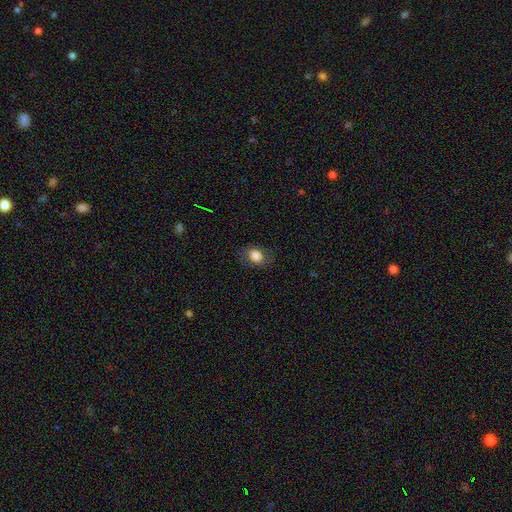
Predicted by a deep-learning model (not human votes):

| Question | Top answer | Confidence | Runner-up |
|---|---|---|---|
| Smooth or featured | smooth | 81% | featured or disk (10%) |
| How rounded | in between | 59% | round (40%) |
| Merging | none | 78% | minor disturbance (15%) |